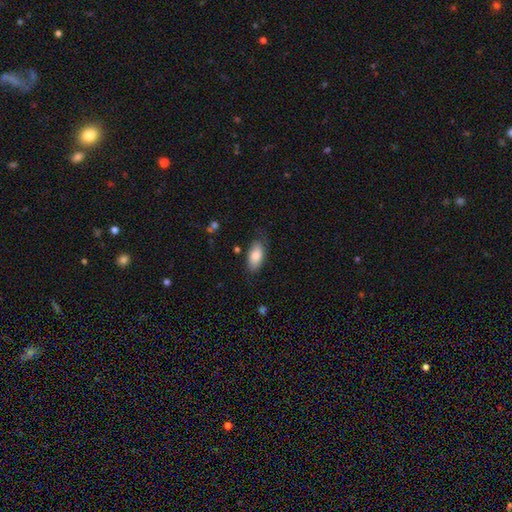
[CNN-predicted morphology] The model was most divided on "merging": none: 71%, minor disturbance: 22%, major disturbance: 6%, merger: 2%. More confident: how rounded — in between (91%); smooth or featured — smooth (83%).